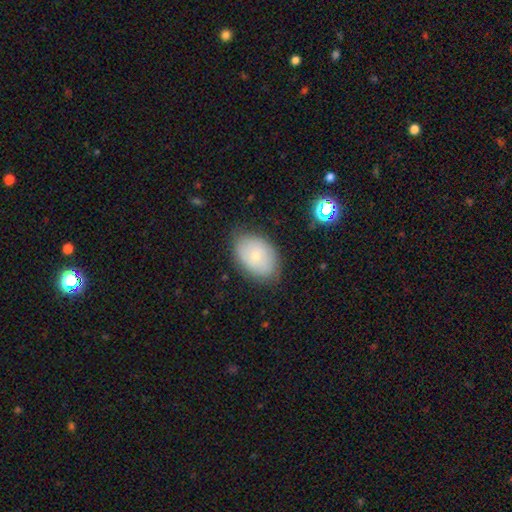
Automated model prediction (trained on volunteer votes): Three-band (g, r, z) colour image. It shows a smooth galaxy with no disk features (70%) that is in between round and cigar-shaped (83%). Merging: none (77%).